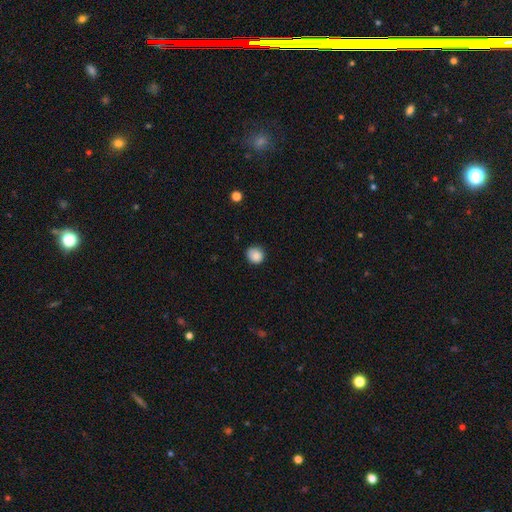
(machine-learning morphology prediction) Smooth or featured? Predicted: smooth (p=0.86). How rounded? Predicted: round (p=0.88). Merging? Predicted: none (p=0.81).